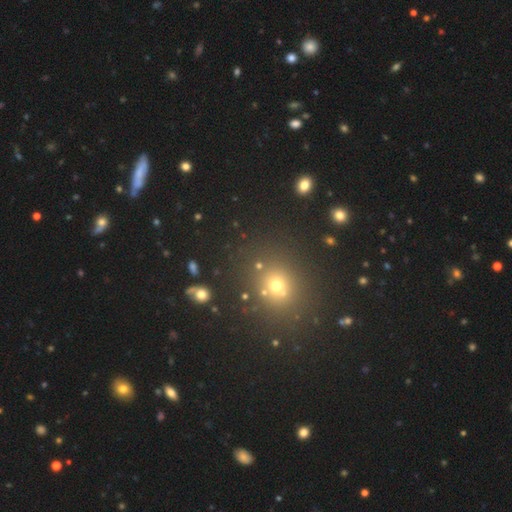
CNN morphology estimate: Smooth or featured: smooth — 54% (star or artifact — 38%)
How rounded: round — 82% (in between — 16%)
Merging: none — 88% (minor disturbance — 7%)